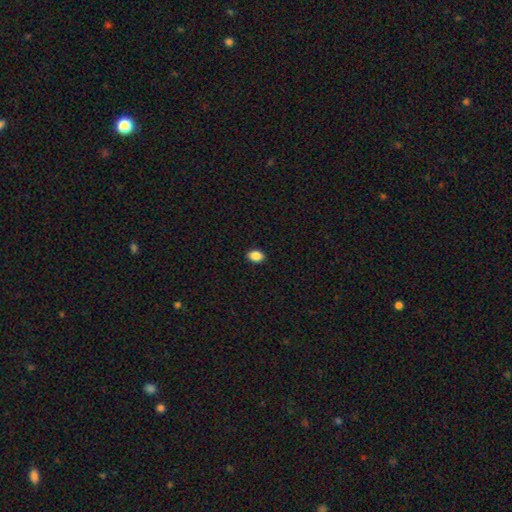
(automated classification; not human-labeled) Smooth or featured? Predicted: smooth (p=0.88). How rounded? Predicted: in between (p=0.75). Merging? Predicted: none (p=0.90).